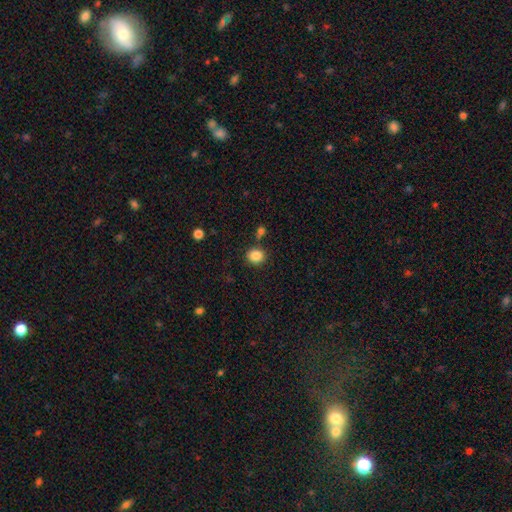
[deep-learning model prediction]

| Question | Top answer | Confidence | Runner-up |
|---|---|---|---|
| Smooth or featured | smooth | 86% | star or artifact (10%) |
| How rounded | round | 78% | in between (21%) |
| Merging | none | 81% | minor disturbance (9%) |